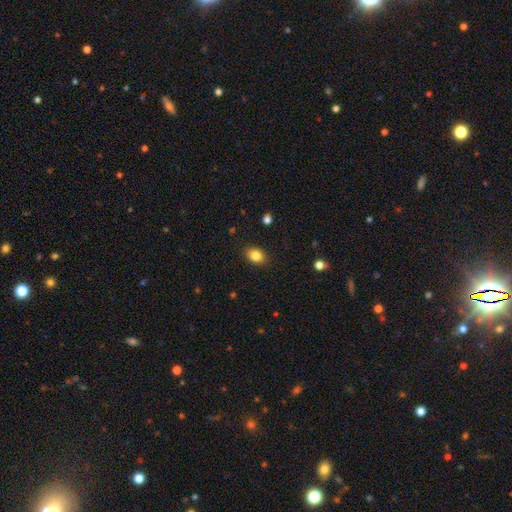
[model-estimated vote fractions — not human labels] Q: Smooth or featured?
A: smooth (83%); runner-up: star or artifact (10%)
Q: How rounded?
A: in between (73%); runner-up: round (26%)
Q: Merging?
A: none (88%); runner-up: minor disturbance (9%)